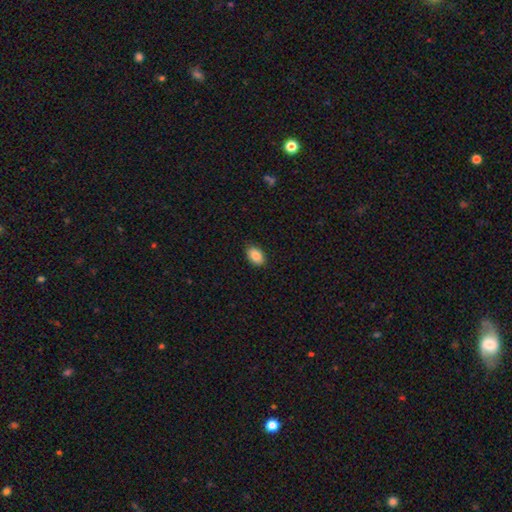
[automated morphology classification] Smooth or featured? Predicted: smooth (p=0.87). How rounded? Predicted: in between (p=0.89). Merging? Predicted: none (p=0.88).